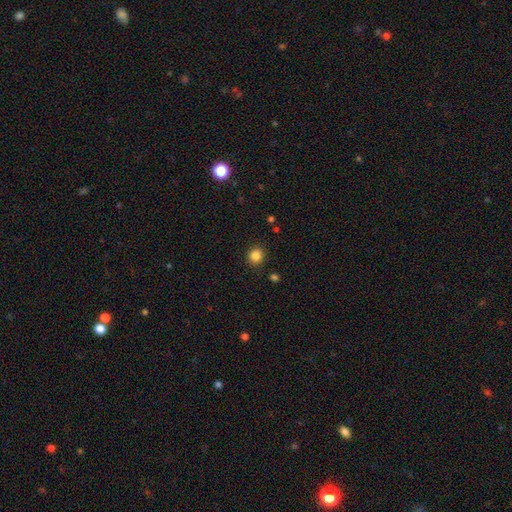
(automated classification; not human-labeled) A smooth galaxy with no disk features (84%) that is round (90%).

Vote fractions:
- Smooth or featured? smooth: 84% / star or artifact: 12% / featured or disk: 4%
- How rounded? round: 90% / in between: 9% / cigar-shaped: 1%
- Merging? none: 90% / minor disturbance: 6% / major disturbance: 2% / merger: 1%